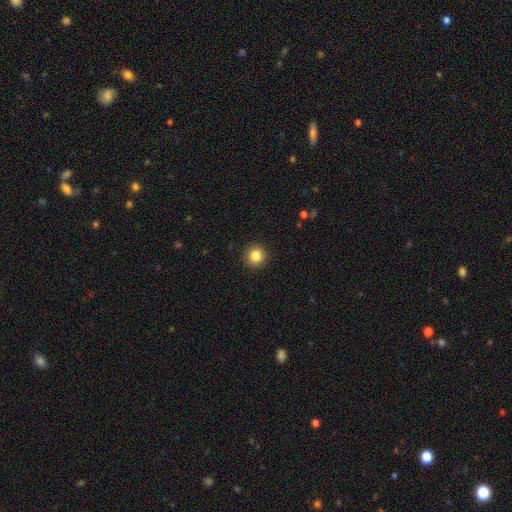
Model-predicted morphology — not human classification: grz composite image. It shows a smooth galaxy with no disk features (85%) that is round (94%). Merging: none (92%).